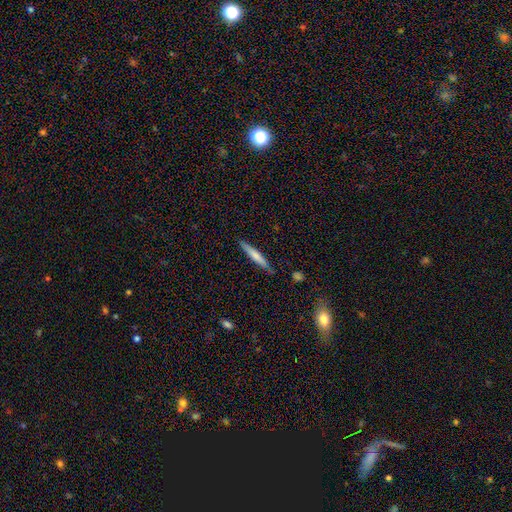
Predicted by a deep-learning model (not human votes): This is likely a smooth galaxy (66%). How rounded: clearly cigar-shaped (94%). Merging: clearly none (85%).